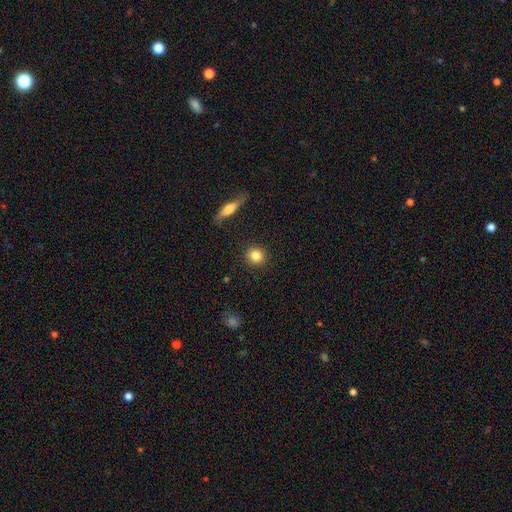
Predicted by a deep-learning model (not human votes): Smooth or featured? Predicted: smooth (p=0.84). How rounded? Predicted: round (p=0.87). Merging? Predicted: none (p=0.91).